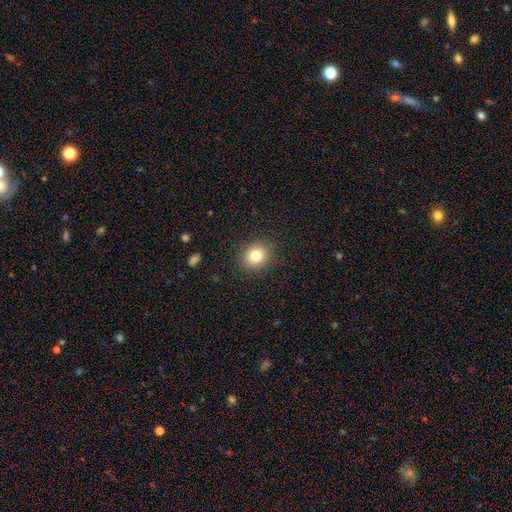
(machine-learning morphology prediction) smooth-or-featured: smooth: 81% | star or artifact: 11% | featured or disk: 8%
  how-rounded: round: 74% | in between: 25% | cigar-shaped: 1%
  merging: none: 88% | minor disturbance: 8% | major disturbance: 3% | merger: 1%